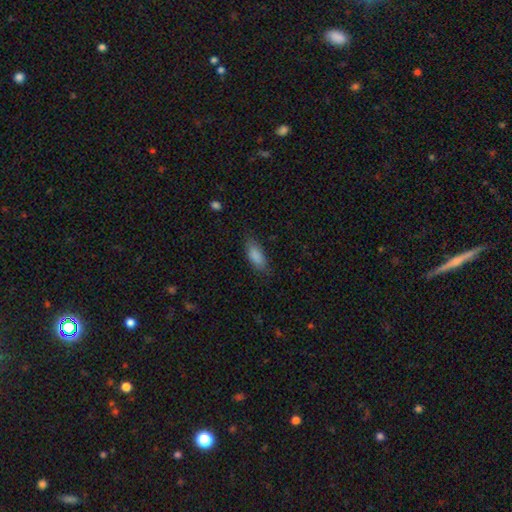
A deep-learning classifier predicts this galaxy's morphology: Overall: smooth (87%). How rounded: in between (82%). Merging: none (78%).